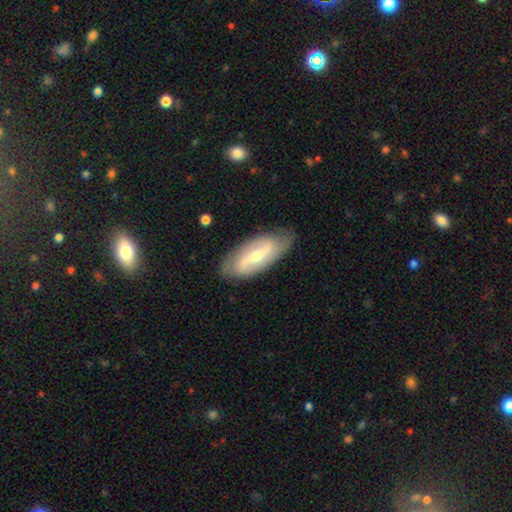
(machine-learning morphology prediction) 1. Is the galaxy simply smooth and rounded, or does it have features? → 77% featured or disk, 18% smooth, 5% star or artifact.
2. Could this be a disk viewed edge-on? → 89% no, 11% yes.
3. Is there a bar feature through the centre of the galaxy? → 50% strong, 33% weak, 17% no.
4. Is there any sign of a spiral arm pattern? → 85% yes, 15% no.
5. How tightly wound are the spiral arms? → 49% loose, 33% medium, 19% tight.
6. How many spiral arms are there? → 87% 2, 8% can't tell, 2% 1, 1% 3, 1% 4, 1% more than 4.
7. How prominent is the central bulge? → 55% small, 41% moderate, 2% large, 1% none, 1% dominant.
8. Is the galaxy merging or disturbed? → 83% none, 13% minor disturbance, 3% major disturbance, 1% merger.